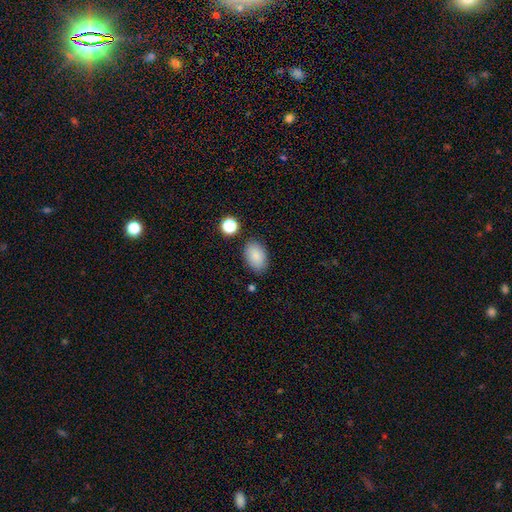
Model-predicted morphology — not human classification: Overall: smooth (86%). How rounded: in between (89%). Merging: none (80%).